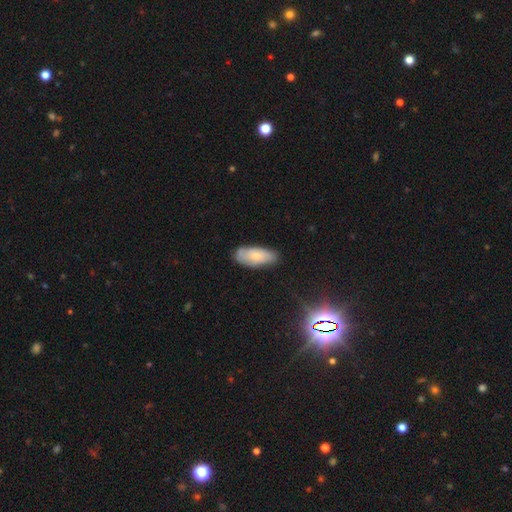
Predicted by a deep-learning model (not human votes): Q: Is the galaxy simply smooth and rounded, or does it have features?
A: smooth — 66%.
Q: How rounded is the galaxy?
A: in between — 84%.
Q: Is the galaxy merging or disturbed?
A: none — 74%.